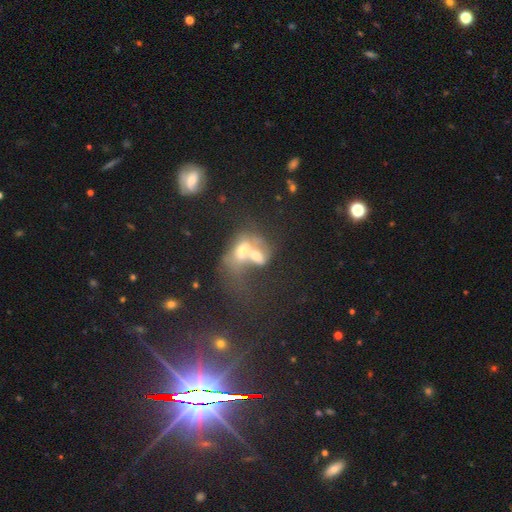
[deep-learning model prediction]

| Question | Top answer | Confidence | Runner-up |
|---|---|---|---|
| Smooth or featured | smooth | 49% | featured or disk (40%) |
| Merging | merger | 77% | major disturbance (11%) |